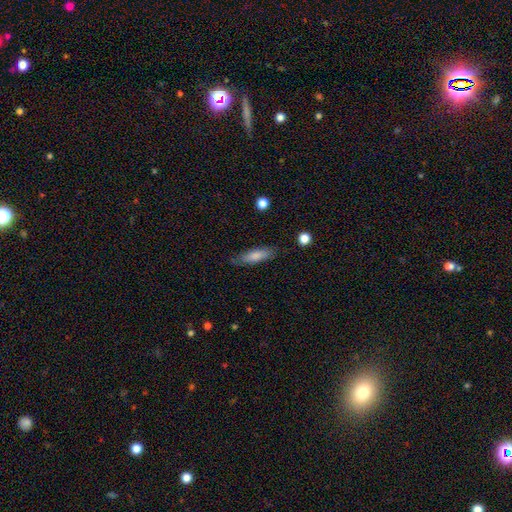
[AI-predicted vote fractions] A smooth galaxy with no disk features (79%) that is cigar-shaped (57%). Merging: none (78%).